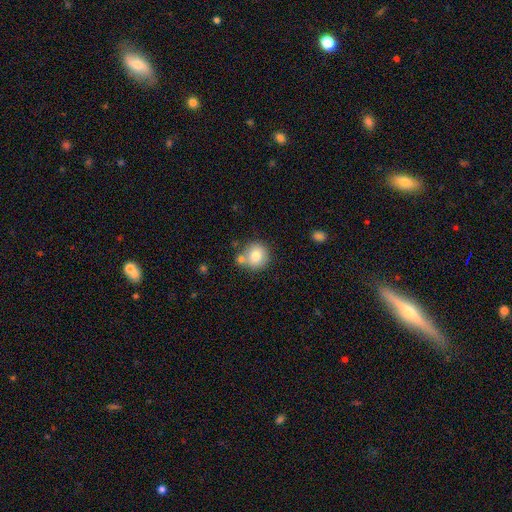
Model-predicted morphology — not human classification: type=smooth (79%); roundness=round (91%); merging=none (64%).